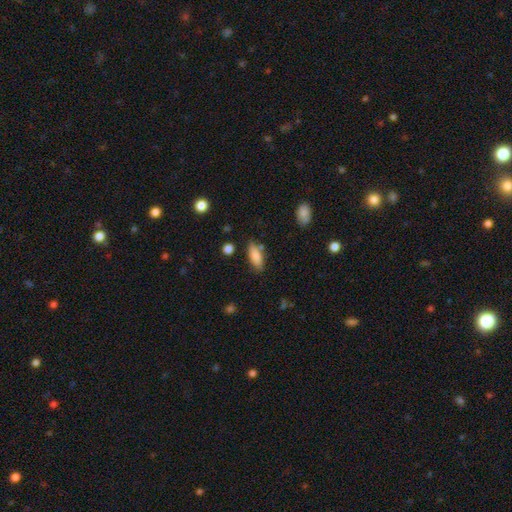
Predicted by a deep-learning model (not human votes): This appears to be a smooth galaxy with no disk features (84%) that is in between round and cigar-shaped (72%). Merging: none (75%).